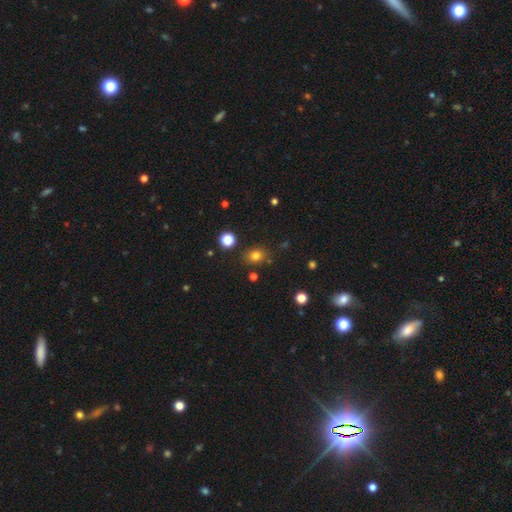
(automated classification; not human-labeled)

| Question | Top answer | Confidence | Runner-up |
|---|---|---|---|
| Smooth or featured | smooth | 78% | star or artifact (15%) |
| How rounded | round | 50% | in between (49%) |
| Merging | none | 81% | minor disturbance (12%) |